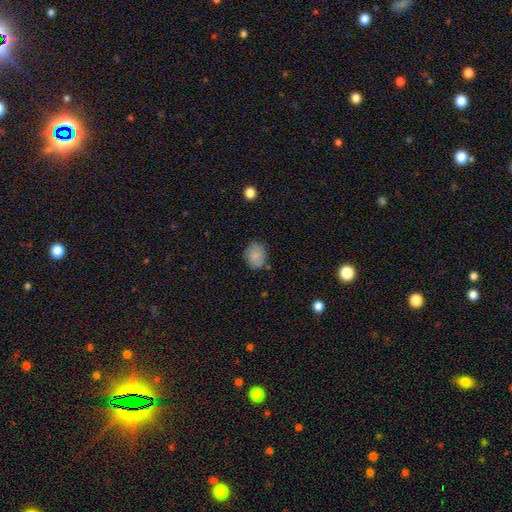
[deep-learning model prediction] Morphology: type=smooth (84%); roundness=round (60%); merging=none (77%).